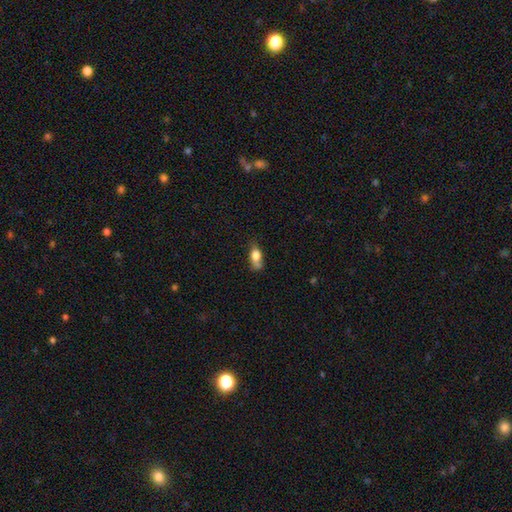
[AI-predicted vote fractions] smooth-or-featured: smooth: 72% | featured or disk: 19% | star or artifact: 9%
  how-rounded: in between: 77% | cigar-shaped: 14% | round: 9%
  merging: none: 42% | minor disturbance: 34% | major disturbance: 17% | merger: 7%